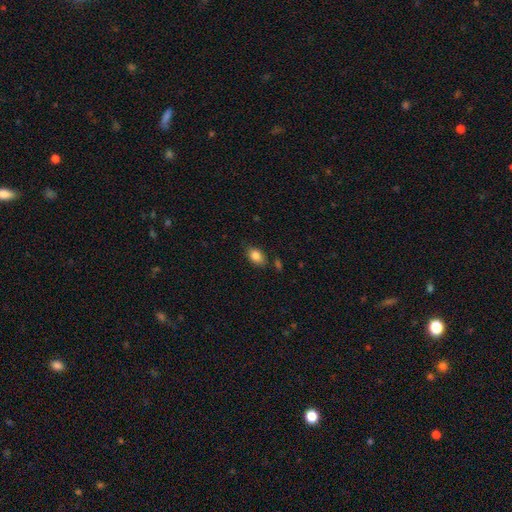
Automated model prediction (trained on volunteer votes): The model was most divided on "merging": none: 78%, minor disturbance: 14%, merger: 4%, major disturbance: 3%. More confident: smooth or featured — smooth (84%); how rounded — in between (83%).